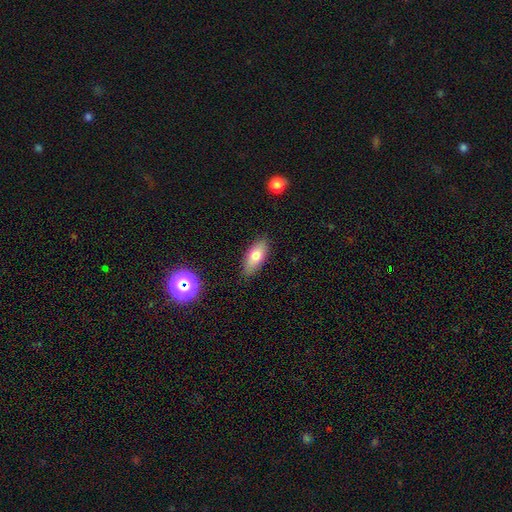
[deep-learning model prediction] smooth-or-featured: smooth: 74% | featured or disk: 18% | star or artifact: 8%
  how-rounded: in between: 79% | cigar-shaped: 18% | round: 3%
  merging: none: 85% | minor disturbance: 11% | major disturbance: 2% | merger: 1%